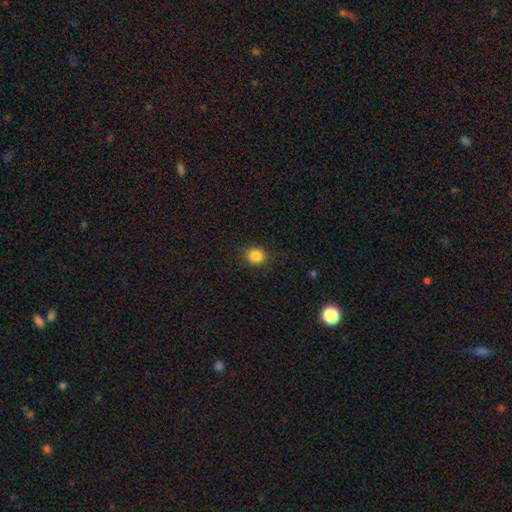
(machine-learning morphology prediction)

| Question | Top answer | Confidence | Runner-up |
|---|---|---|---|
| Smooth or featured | smooth | 85% | star or artifact (11%) |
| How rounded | round | 82% | in between (17%) |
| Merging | none | 88% | minor disturbance (8%) |